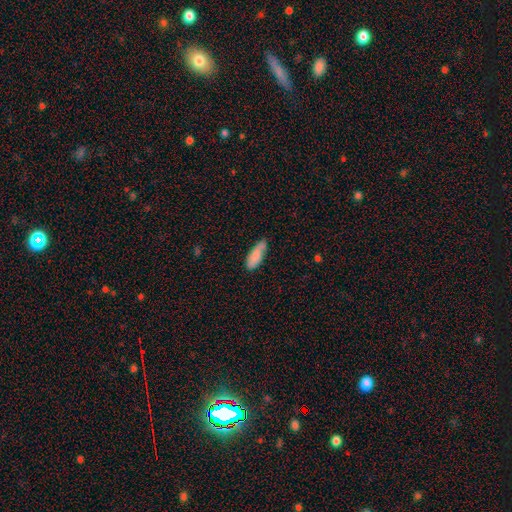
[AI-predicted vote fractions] smooth-or-featured: smooth: 83% | featured or disk: 11% | star or artifact: 6%
  how-rounded: in between: 67% | cigar-shaped: 31% | round: 2%
  merging: none: 60% | minor disturbance: 31% | major disturbance: 6% | merger: 3%